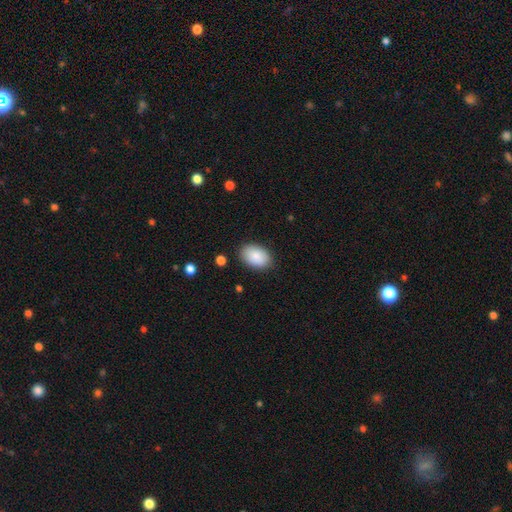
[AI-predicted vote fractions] smooth_or_featured: smooth (p=0.86) [alt: featured or disk p=0.07]
how_rounded: in between (p=0.88) [alt: round p=0.11]
merging: none (p=0.86) [alt: minor disturbance p=0.10]